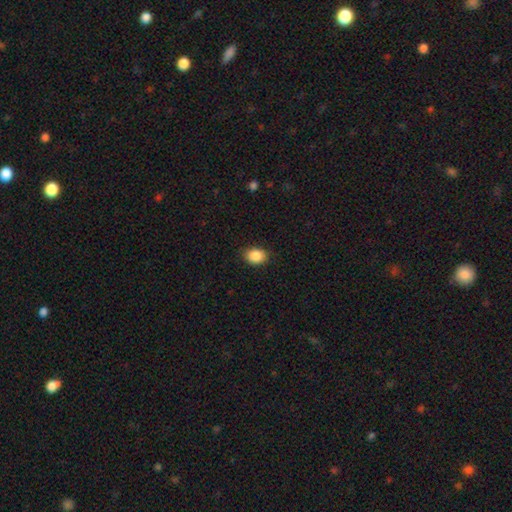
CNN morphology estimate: Smooth or featured?
  - smooth: 89% *
  - star or artifact: 8%
  - featured or disk: 3%
How rounded?
  - in between: 60% *
  - round: 39%
  - cigar-shaped: 1%
Merging?
  - none: 86% *
  - minor disturbance: 11%
  - major disturbance: 2%
  - merger: 1%